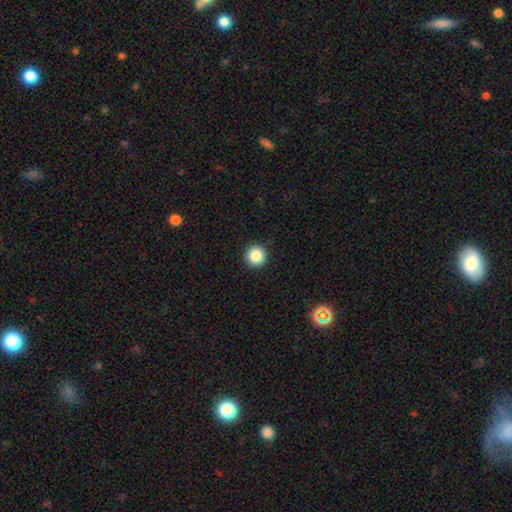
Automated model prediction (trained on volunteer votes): Q: Smooth or featured?
A: smooth (86%); runner-up: star or artifact (10%)
Q: How rounded?
A: round (96%); runner-up: in between (3%)
Q: Merging?
A: none (92%); runner-up: minor disturbance (5%)